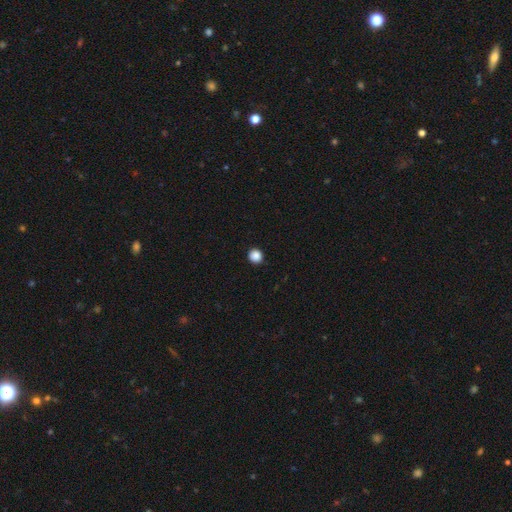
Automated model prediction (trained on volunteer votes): Q: Smooth or featured?
A: smooth (88%); runner-up: star or artifact (10%)
Q: How rounded?
A: round (93%); runner-up: in between (6%)
Q: Merging?
A: none (93%); runner-up: minor disturbance (5%)